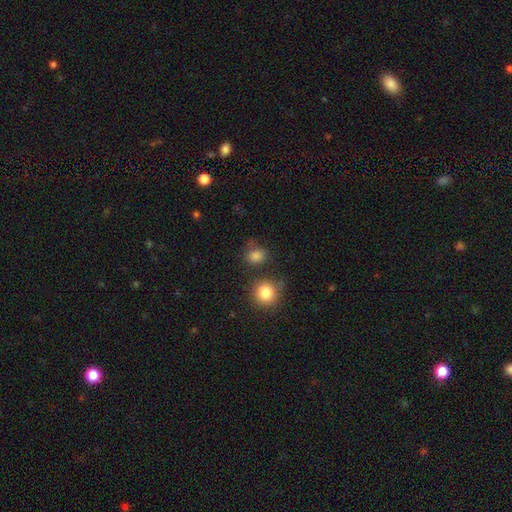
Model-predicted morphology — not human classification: Smooth or featured?
  - smooth: 82% *
  - star or artifact: 13%
  - featured or disk: 5%
How rounded?
  - round: 68% *
  - in between: 31%
  - cigar-shaped: 1%
Merging?
  - none: 69% *
  - minor disturbance: 15%
  - merger: 9%
  - major disturbance: 6%